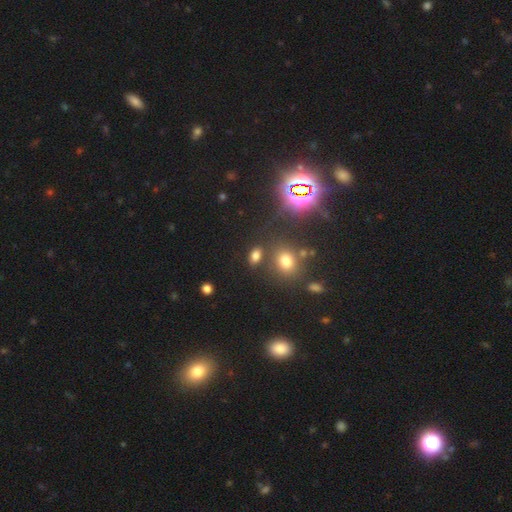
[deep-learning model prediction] A smooth galaxy with no disk features (70%) that is in between round and cigar-shaped (80%). Merging: none (76%).